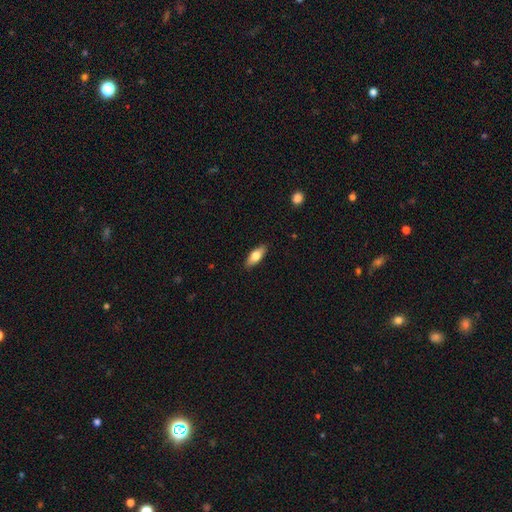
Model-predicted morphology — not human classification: Smooth or featured? smooth (72%)
How rounded? in between (78%)
Merging? none (89%)